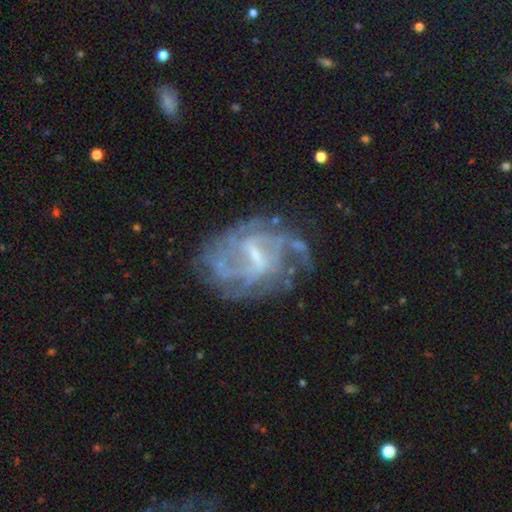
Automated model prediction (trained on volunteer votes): smooth_or_featured: featured or disk (p=0.84) [alt: smooth p=0.09]
disk_edge_on: no (p=0.98) [alt: yes p=0.02]
bar: weak (p=0.56) [alt: strong p=0.27]
has_spiral_arms: yes (p=0.83) [alt: no p=0.17]
spiral_winding: medium (p=0.42) [alt: tight p=0.34]
spiral_arm_count: can't tell (p=0.40) [alt: 2 p=0.24]
bulge_size: small (p=0.51) [alt: moderate p=0.29]
merging: none (p=0.57) [alt: minor disturbance p=0.21]